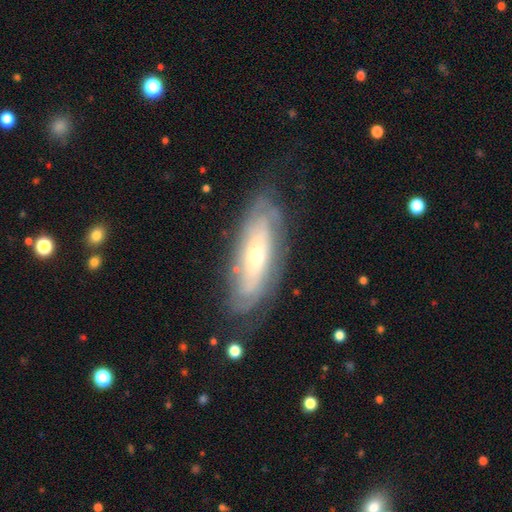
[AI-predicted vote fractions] A featured or disk galaxy (73%) with no bar (71%), spiral arms (80%) and a small central bulge (49%). Merging: none (74%).